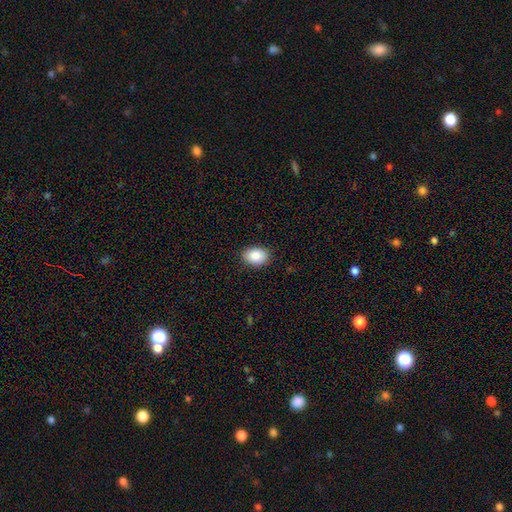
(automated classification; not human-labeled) Smooth or featured? smooth (87%)
How rounded? in between (78%)
Merging? none (88%)